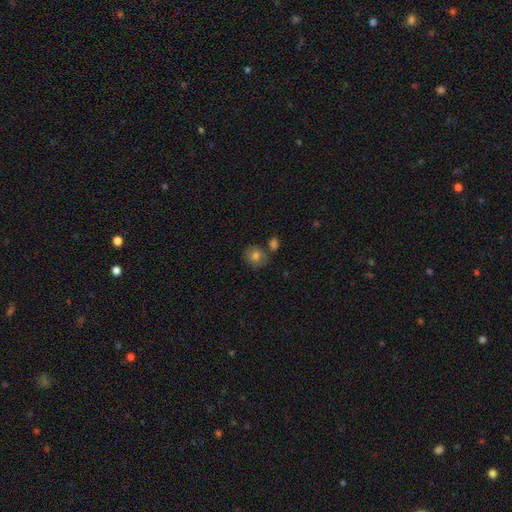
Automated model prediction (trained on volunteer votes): This appears to be a smooth galaxy with no disk features (79%) that is round (81%). Merging: none (69%).